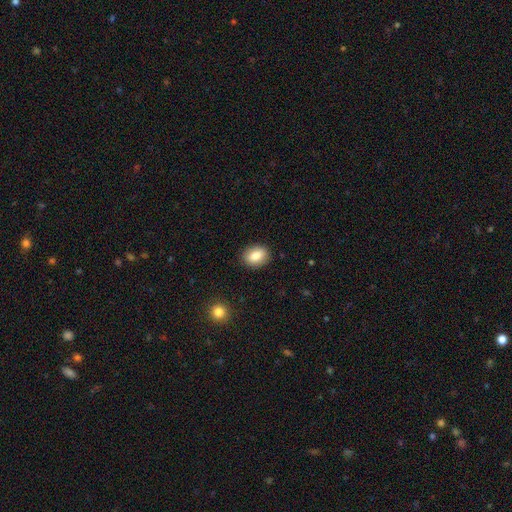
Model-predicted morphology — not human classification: A smooth galaxy with no disk features (84%) that is in between round and cigar-shaped (70%).

Vote fractions:
- Smooth or featured? smooth: 84% / star or artifact: 8% / featured or disk: 8%
- How rounded? in between: 70% / round: 29% / cigar-shaped: 1%
- Merging? none: 89% / minor disturbance: 8% / major disturbance: 2% / merger: 1%